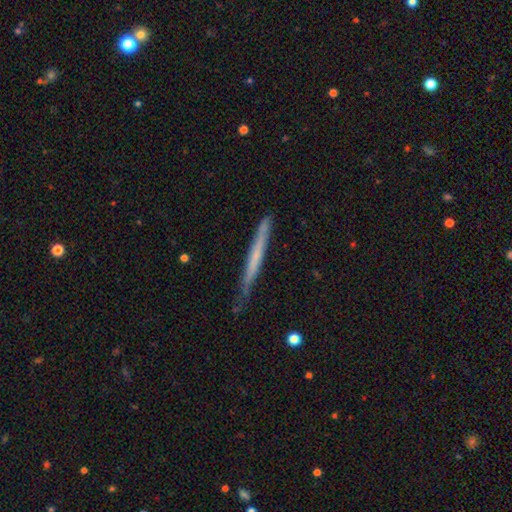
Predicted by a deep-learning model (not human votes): This appears to be a featured or disk galaxy (48%). Merging: none (76%).